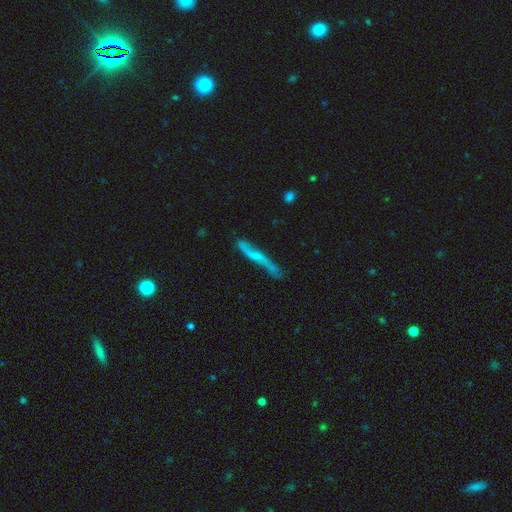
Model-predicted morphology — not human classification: The model was most divided on "edge-on disk": yes: 61%, no: 39%. More confident: merging — none (60%); smooth or featured — featured or disk (59%).